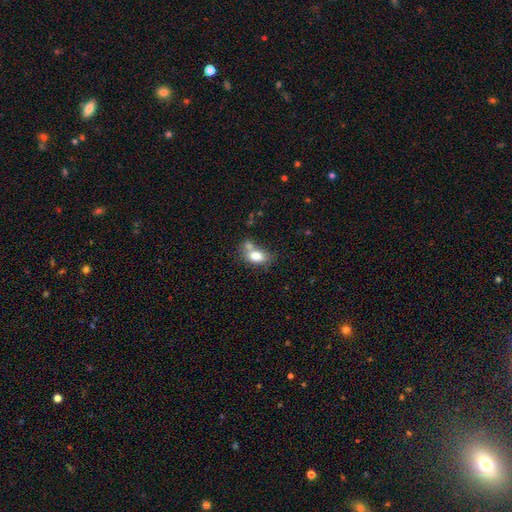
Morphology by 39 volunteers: smooth 92%, featured or disk 5%, star or artifact 3%. Down the decision tree: how rounded — in between (97%); merging — merger (53%).